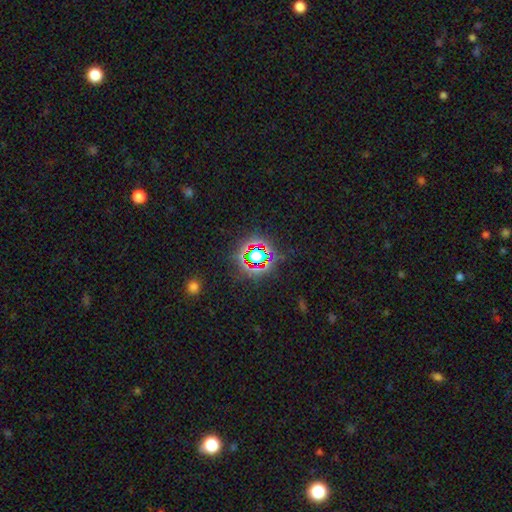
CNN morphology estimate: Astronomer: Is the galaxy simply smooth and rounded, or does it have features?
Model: star or artifact — 72%.